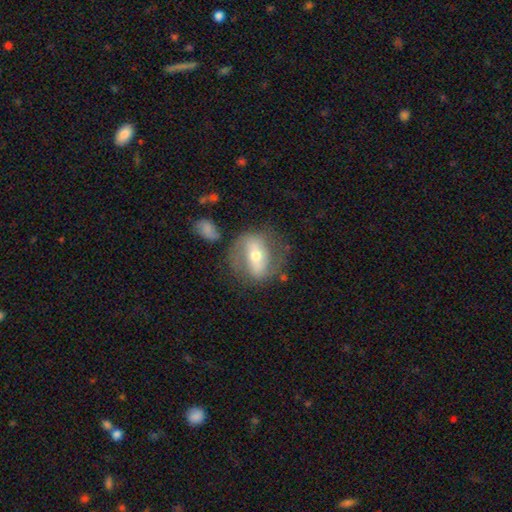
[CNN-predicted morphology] A featured or disk galaxy (60%) with a strong bar (52%), spiral arms (55%) and a moderate central bulge (62%). Merging: none (65%).